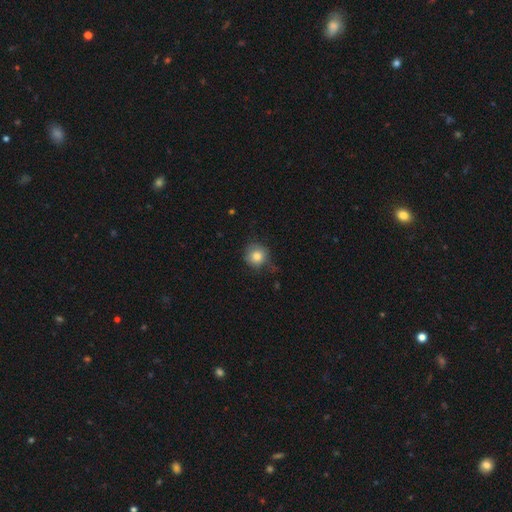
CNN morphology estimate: This is clearly a smooth galaxy (81%). How rounded: clearly round (91%). Merging: likely none (72%).